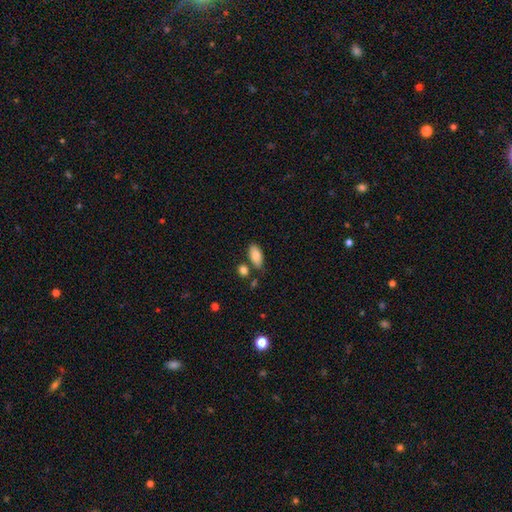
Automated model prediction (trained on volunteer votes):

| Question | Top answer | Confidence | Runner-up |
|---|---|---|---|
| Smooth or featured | smooth | 84% | featured or disk (9%) |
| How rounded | in between | 91% | cigar-shaped (6%) |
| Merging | none | 72% | minor disturbance (15%) |